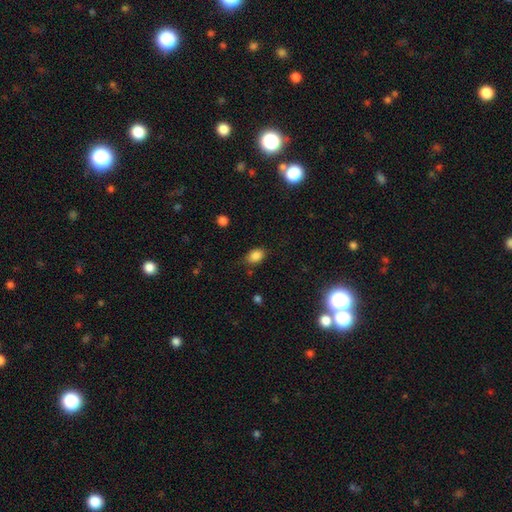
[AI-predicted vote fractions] A smooth galaxy with no disk features (85%) that is in between round and cigar-shaped (76%). Merging: none (77%).